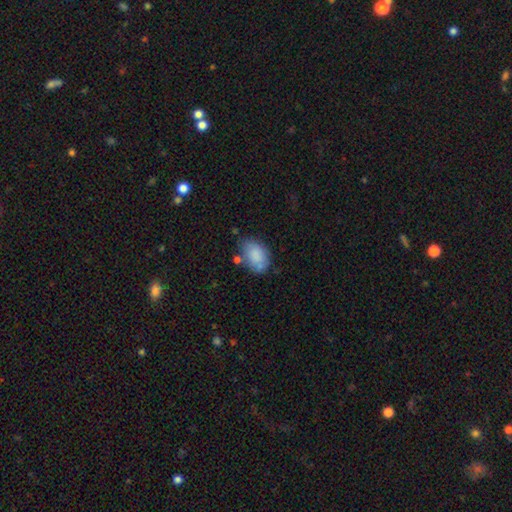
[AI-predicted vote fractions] Overall: smooth (83%). How rounded: in between (89%). Merging: none (61%; minor disturbance 24%).